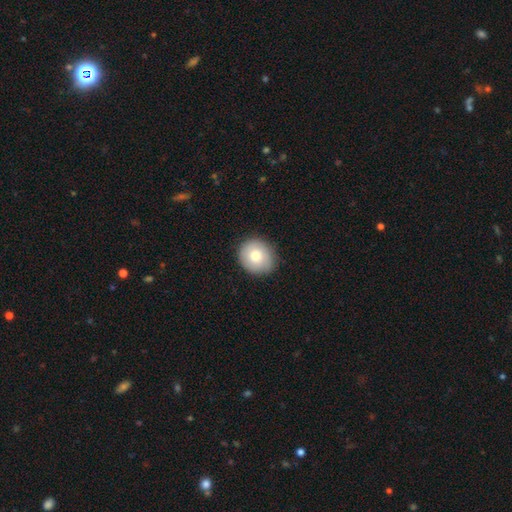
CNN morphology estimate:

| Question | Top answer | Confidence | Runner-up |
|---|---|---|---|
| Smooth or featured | smooth | 75% | featured or disk (17%) |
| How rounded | round | 83% | in between (16%) |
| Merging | none | 84% | minor disturbance (12%) |